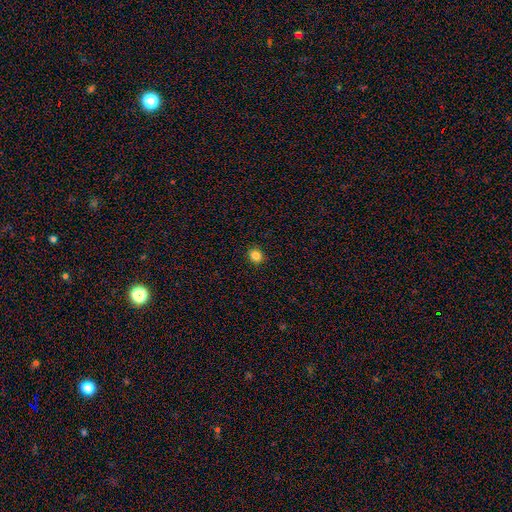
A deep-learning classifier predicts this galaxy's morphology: smooth-or-featured: smooth: 84% | star or artifact: 12% | featured or disk: 4%
  how-rounded: round: 82% | in between: 17% | cigar-shaped: 1%
  merging: none: 92% | minor disturbance: 6% | major disturbance: 2% | merger: 1%